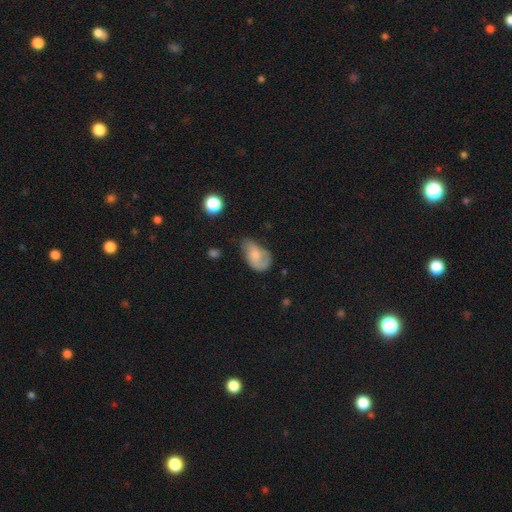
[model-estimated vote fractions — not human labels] This appears to be a smooth galaxy with no disk features (61%) that is in between round and cigar-shaped (88%). Merging: none (39%).